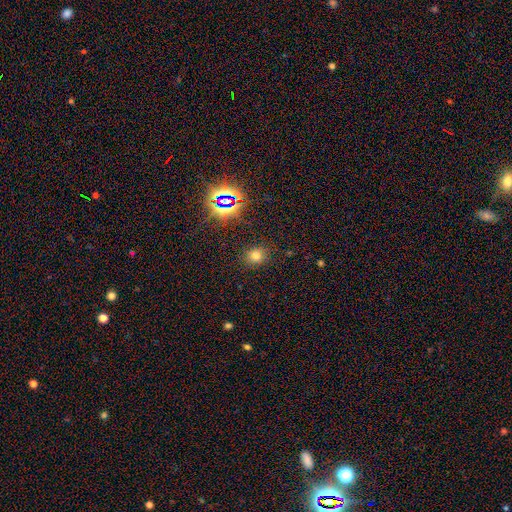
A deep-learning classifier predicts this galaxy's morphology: smooth 68%, star or artifact 24%, featured or disk 8%. Down the decision tree: how rounded — round (76%); merging — none (86%).